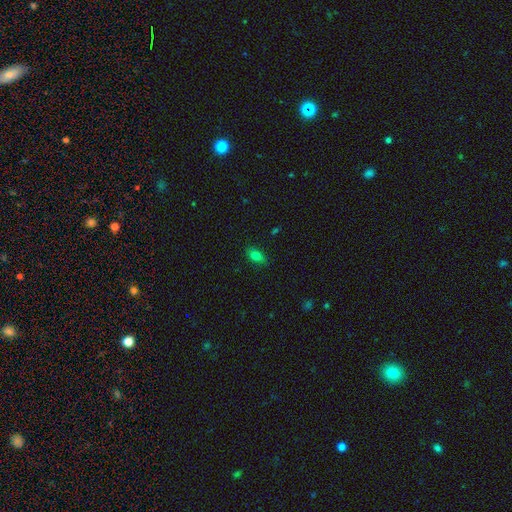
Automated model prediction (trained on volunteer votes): A smooth galaxy with no disk features (78%) that is in between round and cigar-shaped (85%).

Vote fractions:
- Smooth or featured? smooth: 78% / star or artifact: 13% / featured or disk: 9%
- How rounded? in between: 85% / round: 10% / cigar-shaped: 6%
- Merging? none: 84% / minor disturbance: 12% / major disturbance: 2% / merger: 1%